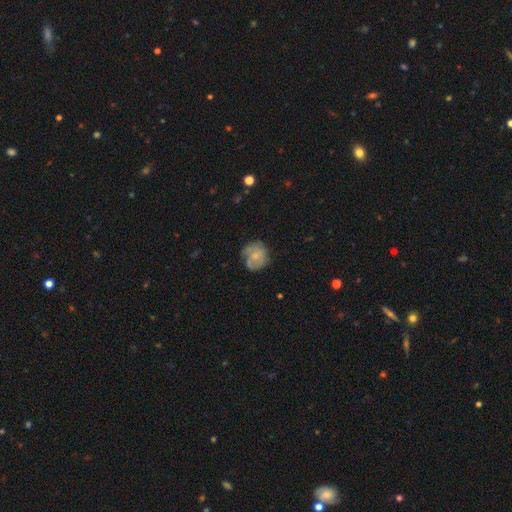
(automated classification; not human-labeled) Smooth or featured? Predicted: smooth (p=0.54). How rounded? Predicted: round (p=0.82). Merging? Predicted: none (p=0.62).